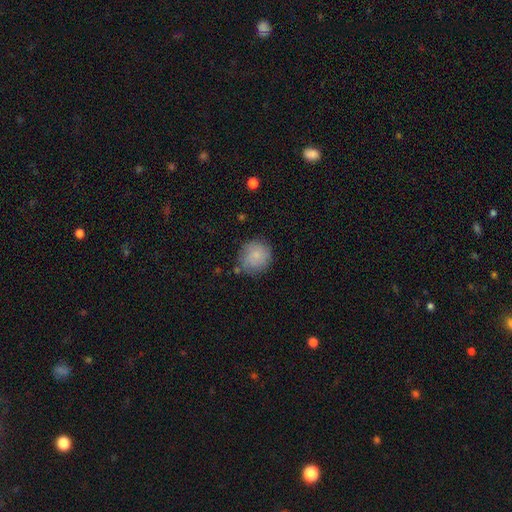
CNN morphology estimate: Q: Smooth or featured?
A: smooth (77%); runner-up: featured or disk (15%)
Q: How rounded?
A: round (89%); runner-up: in between (10%)
Q: Merging?
A: none (71%); runner-up: minor disturbance (20%)